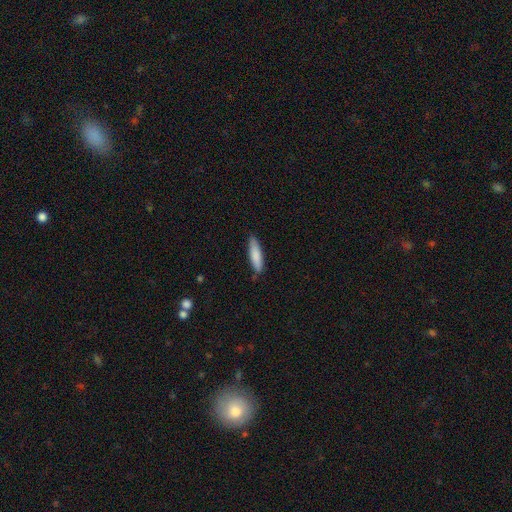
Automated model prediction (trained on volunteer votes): Q: Smooth or featured?
A: smooth (83%); runner-up: featured or disk (11%)
Q: How rounded?
A: cigar-shaped (72%); runner-up: in between (27%)
Q: Merging?
A: none (83%); runner-up: minor disturbance (13%)